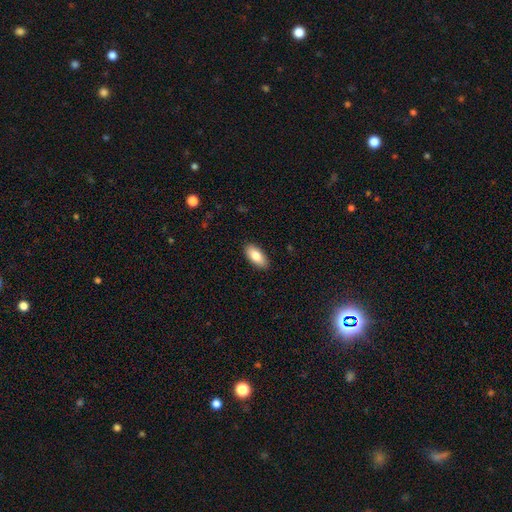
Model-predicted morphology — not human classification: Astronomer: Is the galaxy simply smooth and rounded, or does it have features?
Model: smooth — 84%.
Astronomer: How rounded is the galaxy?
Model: in between — 89%.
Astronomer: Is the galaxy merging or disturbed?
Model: none — 89%.